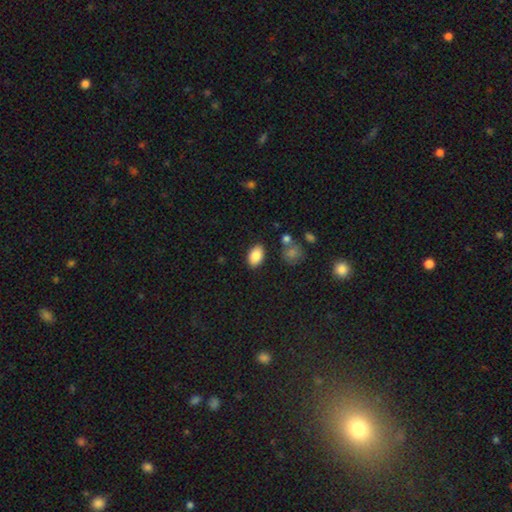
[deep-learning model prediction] Smooth or featured? Predicted: smooth (p=0.86). How rounded? Predicted: in between (p=0.90). Merging? Predicted: none (p=0.84).